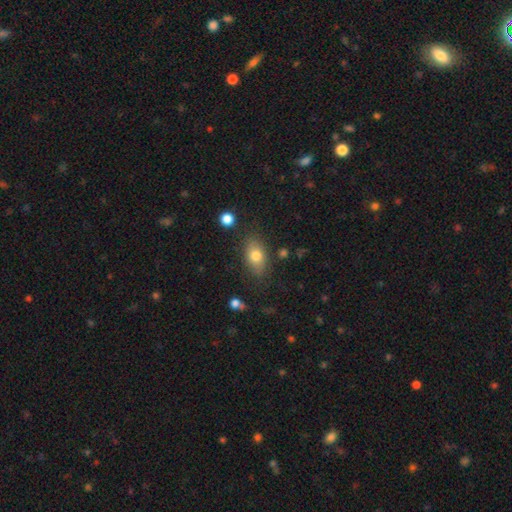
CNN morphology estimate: Smooth or featured?
  - smooth: 77% *
  - featured or disk: 14%
  - star or artifact: 9%
How rounded?
  - in between: 85% *
  - round: 12%
  - cigar-shaped: 3%
Merging?
  - none: 79% *
  - minor disturbance: 14%
  - major disturbance: 4%
  - merger: 3%